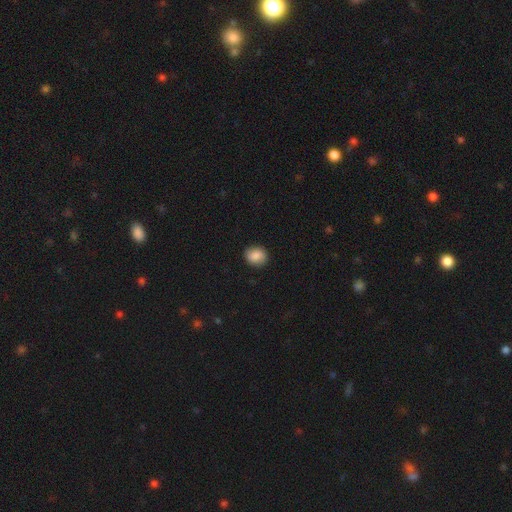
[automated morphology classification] A smooth galaxy with no disk features (82%) that is round (74%). Merging: none (88%).